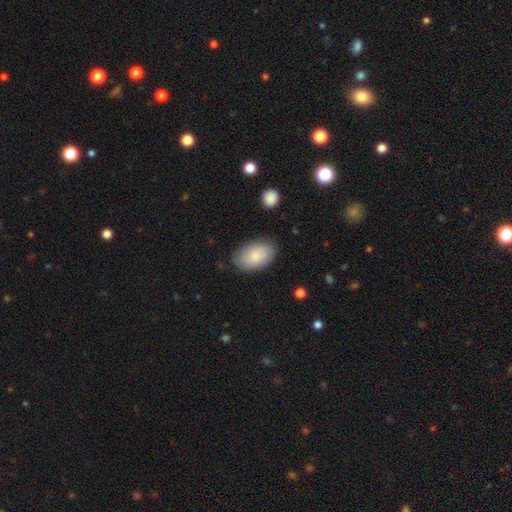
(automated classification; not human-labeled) Smooth or featured? Predicted: smooth (p=0.81). How rounded? Predicted: in between (p=0.92). Merging? Predicted: none (p=0.79).